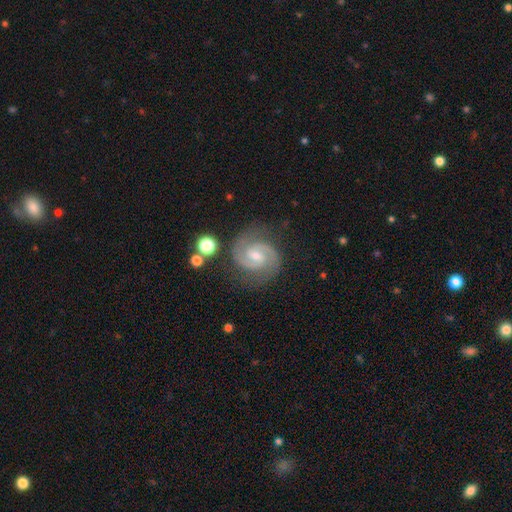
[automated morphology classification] This appears to be a featured or disk galaxy (91%) with a weak bar (49%), 2 (93%) medium (49%) spiral arms (98%) and a small central bulge (52%). Merging: none (82%).